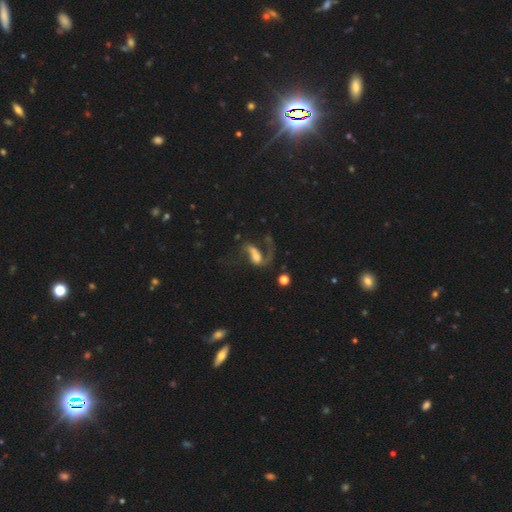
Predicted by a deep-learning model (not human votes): This appears to be a featured or disk galaxy (70%) with no bar (46%), 1 (51%) loose (70%) spiral arms (82%) and a moderate central bulge (45%). Merging: major disturbance (45%).